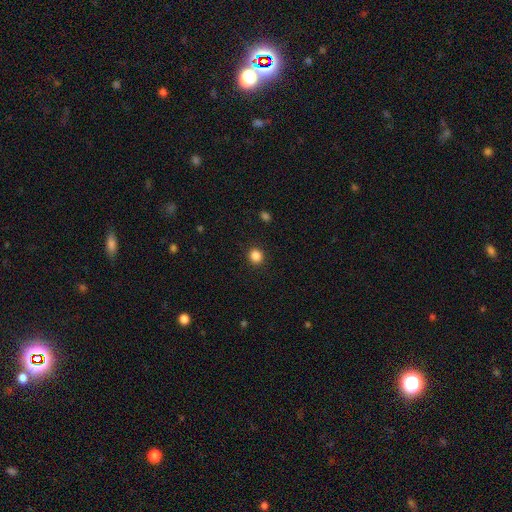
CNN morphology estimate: smooth 86%, star or artifact 11%, featured or disk 3%. Down the decision tree: how rounded — round (86%); merging — none (91%).